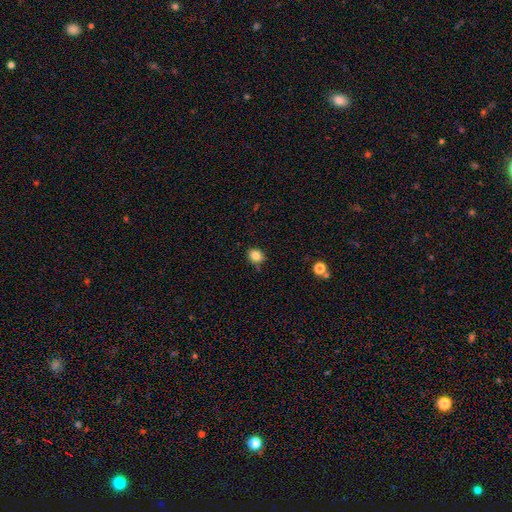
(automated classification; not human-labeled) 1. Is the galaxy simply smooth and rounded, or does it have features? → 84% smooth, 11% star or artifact, 6% featured or disk.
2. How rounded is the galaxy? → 68% round, 31% in between, 1% cigar-shaped.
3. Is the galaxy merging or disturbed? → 77% none, 16% minor disturbance, 4% merger, 3% major disturbance.